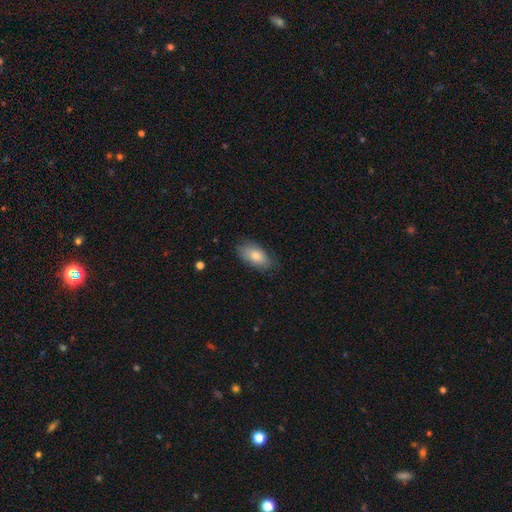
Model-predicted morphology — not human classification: Smooth or featured? Predicted: smooth (p=0.81). How rounded? Predicted: in between (p=0.92). Merging? Predicted: none (p=0.78).